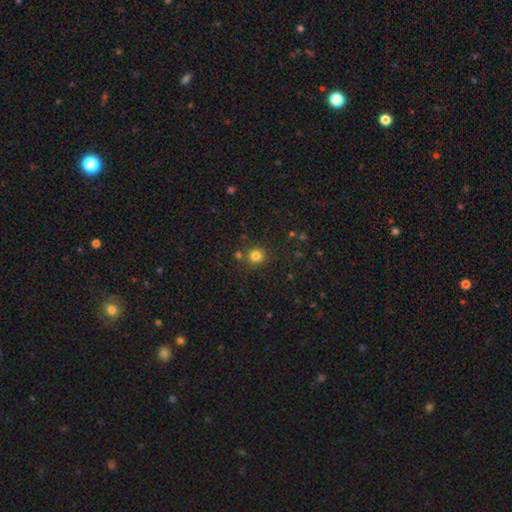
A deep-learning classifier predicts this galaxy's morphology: Smooth or featured: smooth — 81% (star or artifact — 14%)
How rounded: round — 91% (in between — 8%)
Merging: none — 80% (minor disturbance — 8%)